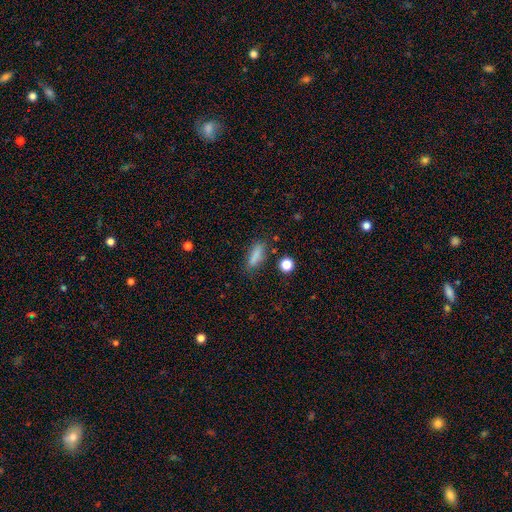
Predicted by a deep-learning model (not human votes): The model was most divided on "how rounded": in between: 52%, cigar-shaped: 44%, round: 4%. More confident: smooth or featured — smooth (82%); merging — none (74%).